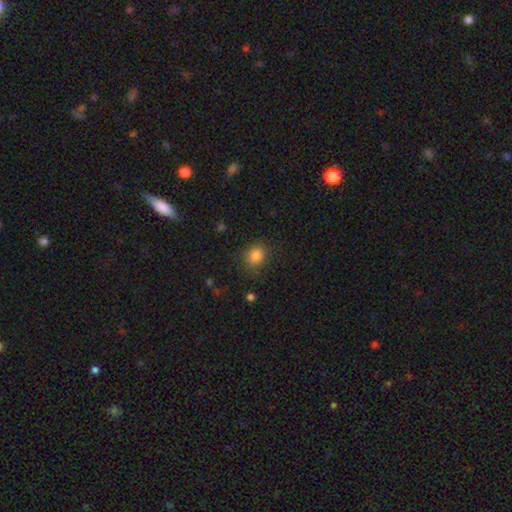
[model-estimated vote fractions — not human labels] A smooth galaxy with no disk features (84%) that is round (70%).

Vote fractions:
- Smooth or featured? smooth: 84% / star or artifact: 11% / featured or disk: 5%
- How rounded? round: 70% / in between: 29% / cigar-shaped: 1%
- Merging? none: 81% / minor disturbance: 13% / major disturbance: 5% / merger: 1%